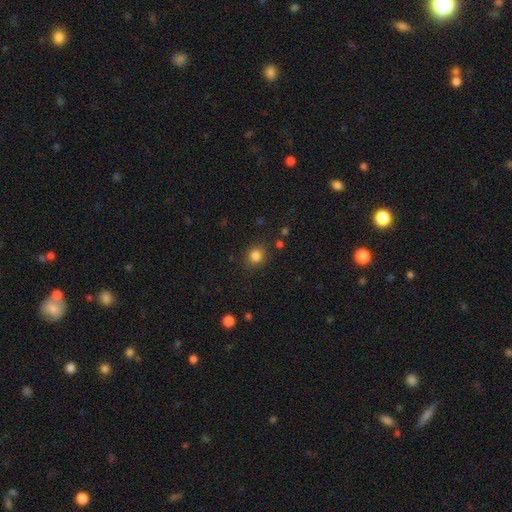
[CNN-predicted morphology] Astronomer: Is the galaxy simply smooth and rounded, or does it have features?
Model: smooth — 83%.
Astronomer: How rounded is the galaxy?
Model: round — 81%.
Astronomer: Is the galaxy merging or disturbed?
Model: none — 86%.